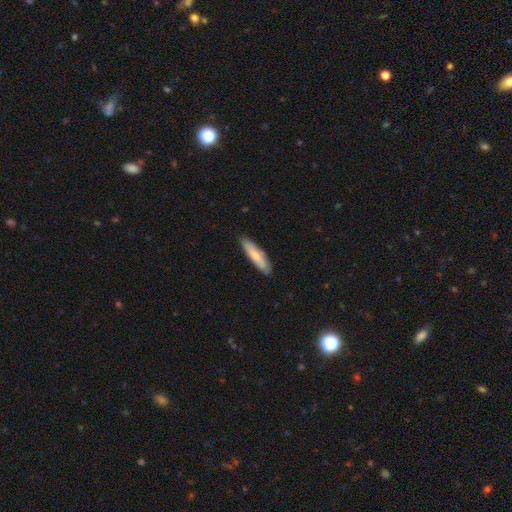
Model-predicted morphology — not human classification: A smooth galaxy with no disk features (72%) that is cigar-shaped (73%). Merging: none (84%).